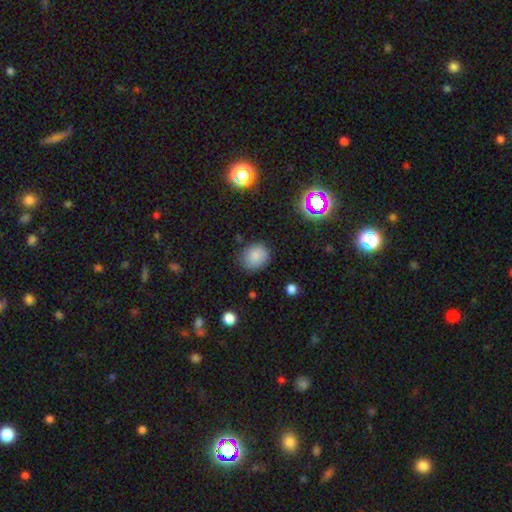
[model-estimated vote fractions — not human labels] Q: Smooth or featured?
A: smooth (82%); runner-up: star or artifact (12%)
Q: How rounded?
A: round (68%); runner-up: in between (31%)
Q: Merging?
A: none (80%); runner-up: minor disturbance (14%)